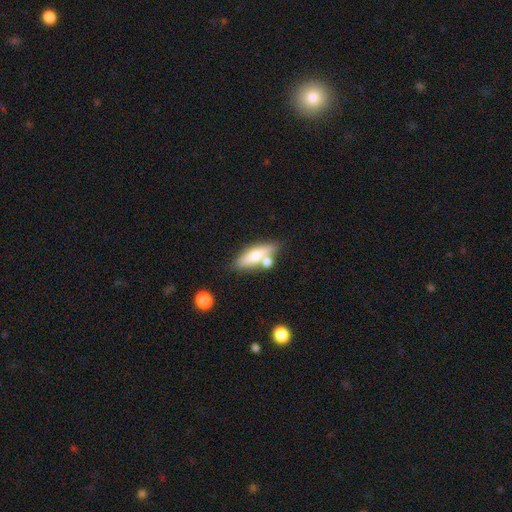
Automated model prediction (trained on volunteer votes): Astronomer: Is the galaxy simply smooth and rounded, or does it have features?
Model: smooth — 58% (runner-up: featured or disk, 35%).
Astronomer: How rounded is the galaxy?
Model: cigar-shaped — 49% (runner-up: in between, 47%).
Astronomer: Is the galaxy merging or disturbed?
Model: none — 58%.